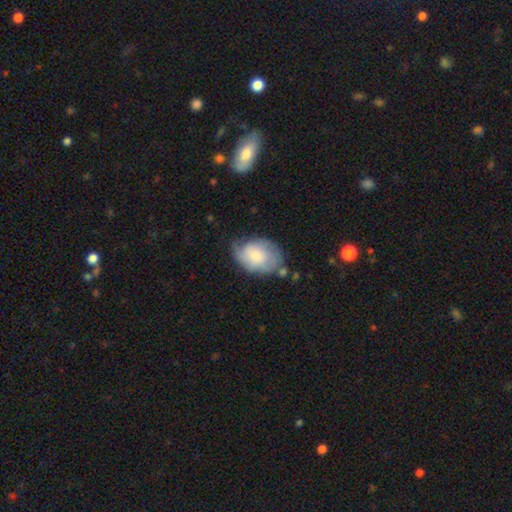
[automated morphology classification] A smooth galaxy with no disk features (59%) that is in between round and cigar-shaped (79%).

Vote fractions:
- Smooth or featured? smooth: 59% / featured or disk: 34% / star or artifact: 7%
- How rounded? in between: 79% / round: 20% / cigar-shaped: 1%
- Merging? none: 46% / minor disturbance: 34% / major disturbance: 15% / merger: 5%